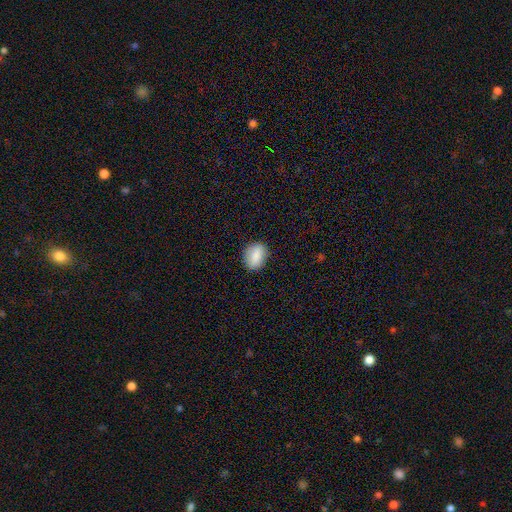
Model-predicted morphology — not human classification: smooth_or_featured: smooth (p=0.86) [alt: star or artifact p=0.07]
how_rounded: in between (p=0.66) [alt: round p=0.32]
merging: none (p=0.84) [alt: minor disturbance p=0.12]